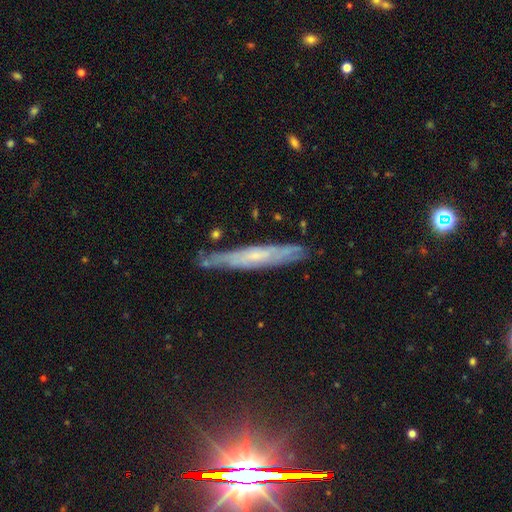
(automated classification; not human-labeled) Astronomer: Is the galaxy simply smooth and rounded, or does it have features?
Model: featured or disk — 61%.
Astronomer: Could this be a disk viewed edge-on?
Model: yes — 73%.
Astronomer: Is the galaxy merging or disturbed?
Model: none — 78%.